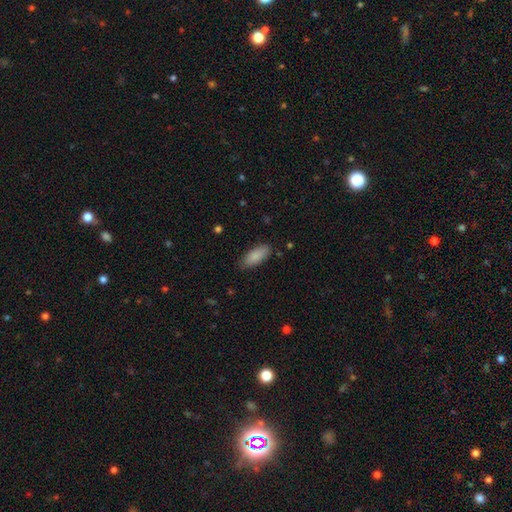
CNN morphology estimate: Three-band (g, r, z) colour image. It shows a smooth galaxy with no disk features (87%) that is in between round and cigar-shaped (81%). Merging: none (84%).